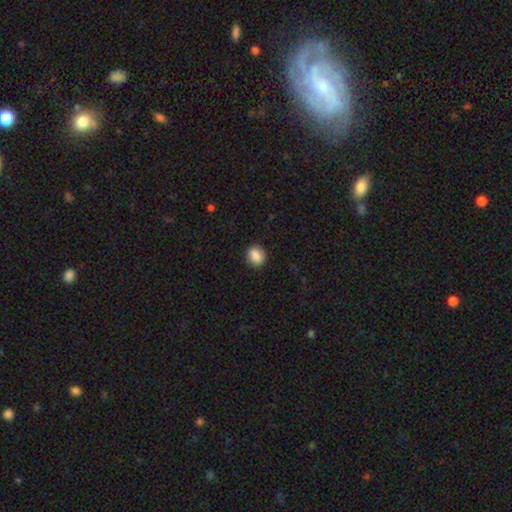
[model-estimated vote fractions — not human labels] smooth 87%, star or artifact 9%, featured or disk 4%. Down the decision tree: how rounded — round (76%); merging — none (90%).